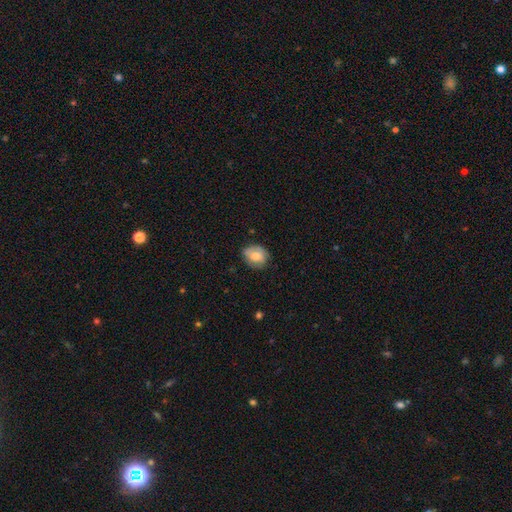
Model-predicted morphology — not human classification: A smooth galaxy with no disk features (68%) that is round (63%).

Vote fractions:
- Smooth or featured? smooth: 68% / featured or disk: 24% / star or artifact: 8%
- How rounded? round: 63% / in between: 36% / cigar-shaped: 1%
- Merging? none: 73% / minor disturbance: 22% / major disturbance: 4% / merger: 1%